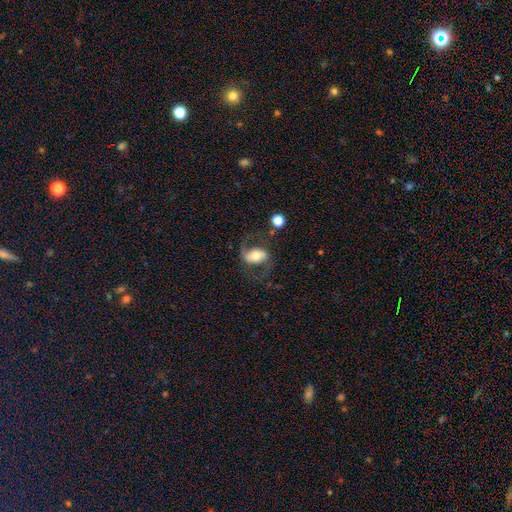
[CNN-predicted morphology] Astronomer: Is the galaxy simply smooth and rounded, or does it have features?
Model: featured or disk — 67%.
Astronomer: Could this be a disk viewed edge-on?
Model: no — 95%.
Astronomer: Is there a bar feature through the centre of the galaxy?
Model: no — 41% (runner-up: weak, 32%).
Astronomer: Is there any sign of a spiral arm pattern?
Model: yes — 84%.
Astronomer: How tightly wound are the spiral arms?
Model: loose — 52% (runner-up: medium, 38%).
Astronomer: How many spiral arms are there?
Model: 2 — 87%.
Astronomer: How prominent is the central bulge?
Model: moderate — 64%.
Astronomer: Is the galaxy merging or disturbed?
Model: none — 60%.